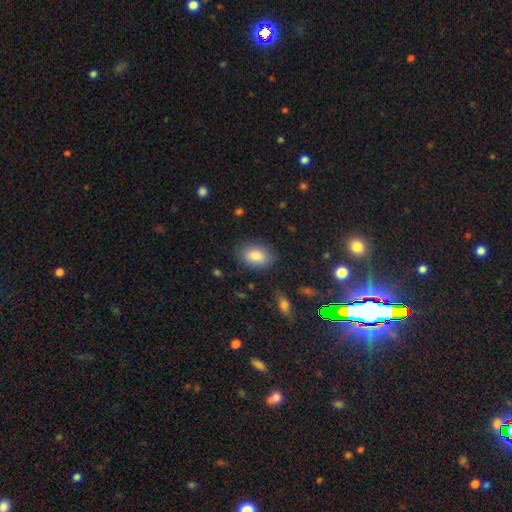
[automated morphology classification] The model was most divided on "merging": none: 83%, minor disturbance: 12%, major disturbance: 3%, merger: 1%. More confident: how rounded — in between (86%); smooth or featured — smooth (85%).